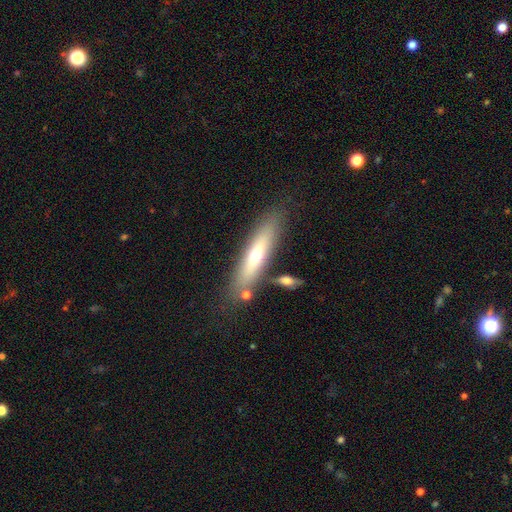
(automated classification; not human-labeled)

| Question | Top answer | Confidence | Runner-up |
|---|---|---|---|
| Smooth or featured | smooth | 52% | featured or disk (40%) |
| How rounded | cigar-shaped | 75% | in between (23%) |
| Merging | none | 78% | minor disturbance (12%) |